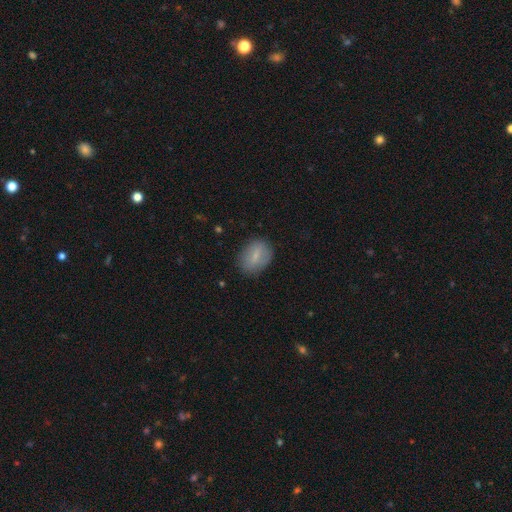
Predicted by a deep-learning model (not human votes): Smooth or featured? smooth (69%)
How rounded? in between (72%)
Merging? none (79%)